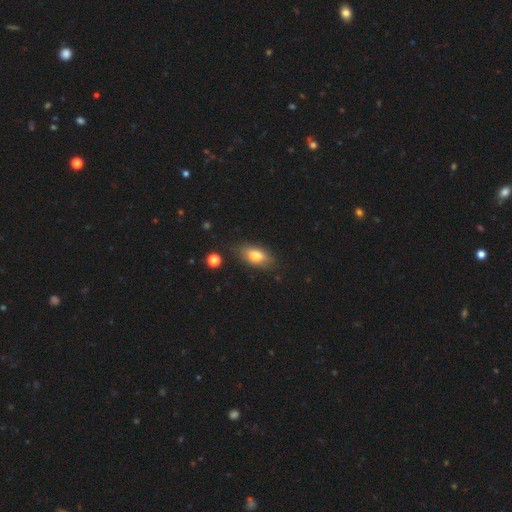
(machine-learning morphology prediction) Smooth or featured? Predicted: smooth (p=0.72). How rounded? Predicted: in between (p=0.85). Merging? Predicted: none (p=0.80).